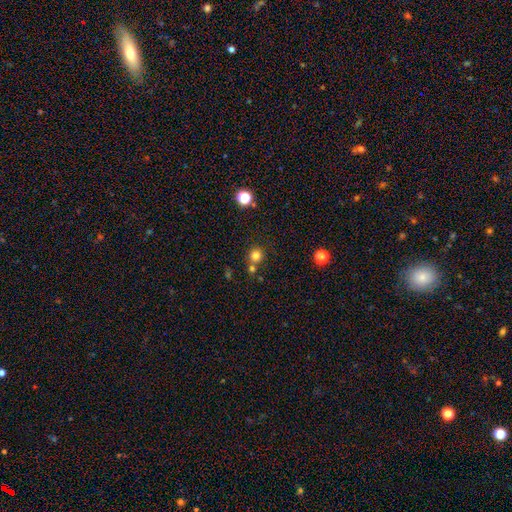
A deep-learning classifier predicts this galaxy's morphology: A smooth galaxy with no disk features (79%) that is round (92%). Merging: none (70%).